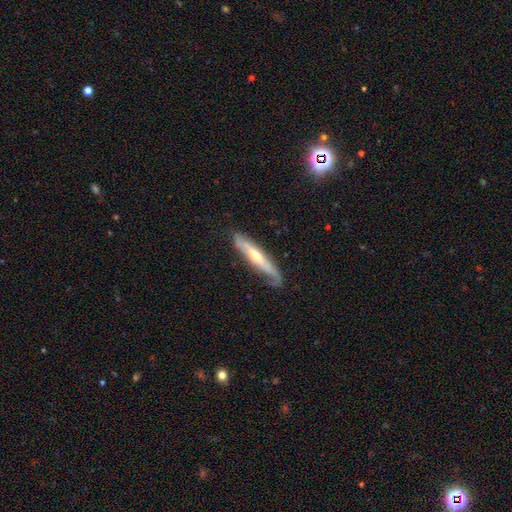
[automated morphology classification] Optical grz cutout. It shows a featured or disk galaxy (65%) viewed edge-on (72%). Merging: none (69%).